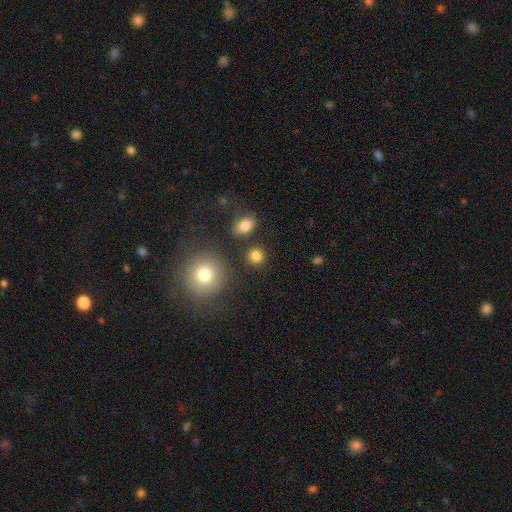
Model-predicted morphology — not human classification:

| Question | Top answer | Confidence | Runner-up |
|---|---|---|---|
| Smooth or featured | smooth | 83% | star or artifact (12%) |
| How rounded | round | 88% | in between (11%) |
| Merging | none | 85% | minor disturbance (7%) |